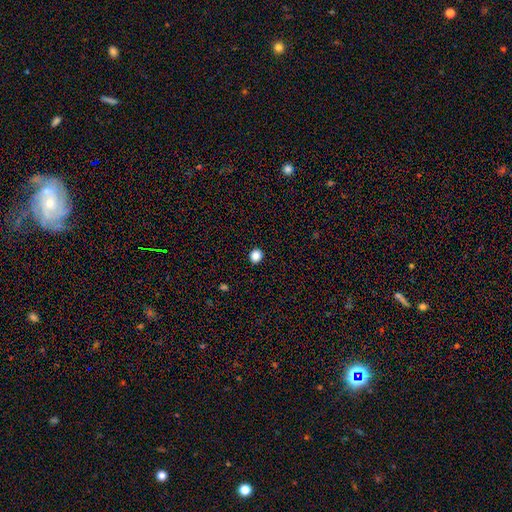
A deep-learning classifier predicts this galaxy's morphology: Smooth or featured? smooth (87%)
How rounded? round (81%)
Merging? none (93%)